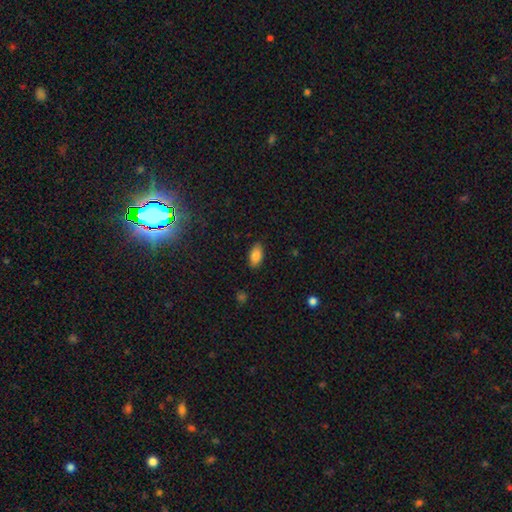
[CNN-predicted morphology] Smooth or featured? Predicted: smooth (p=0.84). How rounded? Predicted: in between (p=0.93). Merging? Predicted: none (p=0.86).